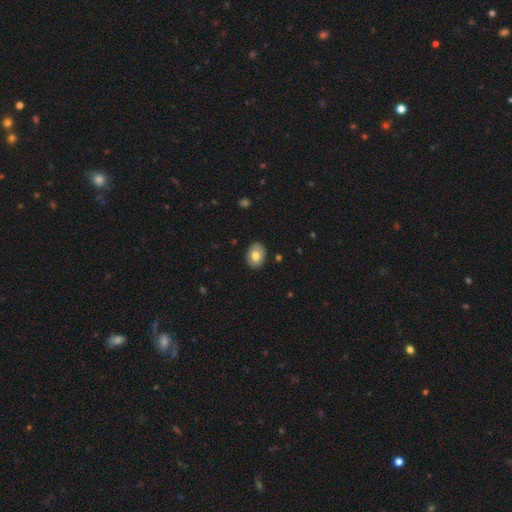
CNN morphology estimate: A smooth galaxy with no disk features (77%) that is in between round and cigar-shaped (73%). Merging: none (89%).